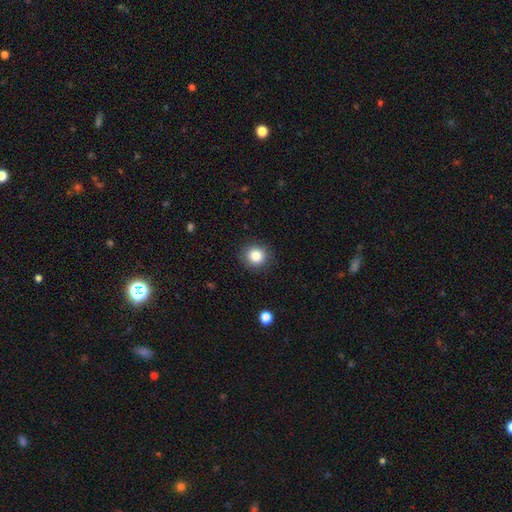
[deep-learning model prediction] A smooth galaxy with no disk features (85%) that is round (91%).

Vote fractions:
- Smooth or featured? smooth: 85% / star or artifact: 10% / featured or disk: 5%
- How rounded? round: 91% / in between: 8% / cigar-shaped: 1%
- Merging? none: 90% / minor disturbance: 7% / major disturbance: 2% / merger: 1%